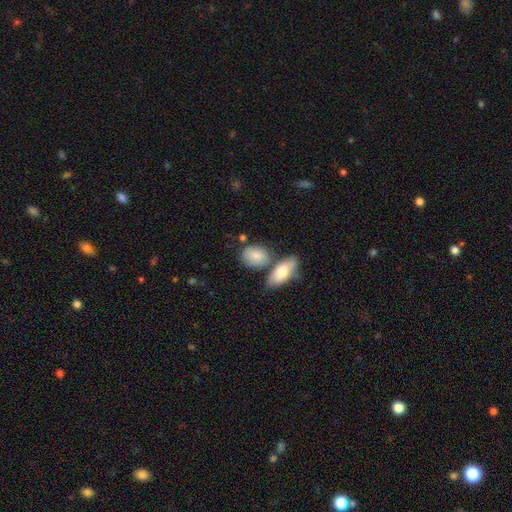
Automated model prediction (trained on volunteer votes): smooth_or_featured: smooth (p=0.81) [alt: featured or disk p=0.12]
how_rounded: in between (p=0.69) [alt: round p=0.29]
merging: none (p=0.56) [alt: merger p=0.24]